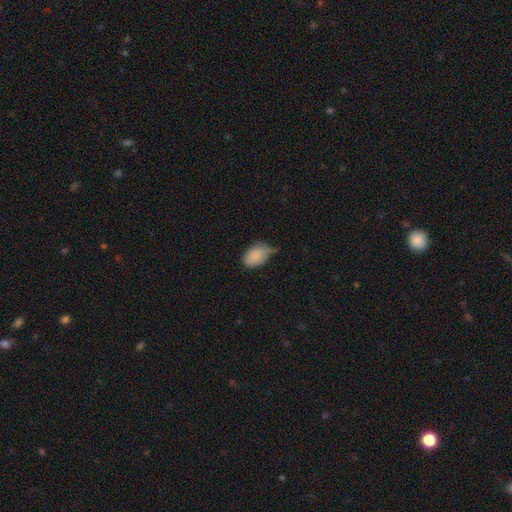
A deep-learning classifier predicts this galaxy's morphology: The model was most divided on "merging": minor disturbance: 44%, none: 43%, major disturbance: 9%, merger: 3%. More confident: how rounded — in between (89%); smooth or featured — smooth (86%).